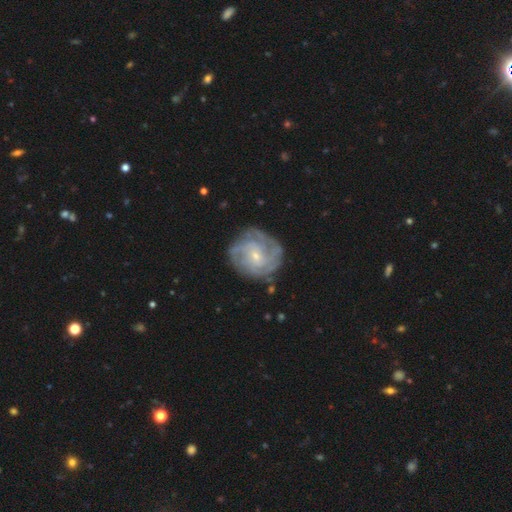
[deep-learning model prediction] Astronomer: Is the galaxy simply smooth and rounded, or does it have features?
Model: featured or disk — 82%.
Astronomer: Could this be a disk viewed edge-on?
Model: no — 98%.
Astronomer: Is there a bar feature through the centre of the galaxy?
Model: no — 65%.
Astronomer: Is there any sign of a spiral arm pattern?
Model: yes — 94%.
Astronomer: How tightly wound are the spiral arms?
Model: tight — 62%.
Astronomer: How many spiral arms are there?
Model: can't tell — 31% (runner-up: 4, 23%).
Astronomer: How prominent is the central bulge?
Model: small — 76%.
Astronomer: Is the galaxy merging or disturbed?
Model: none — 75%.